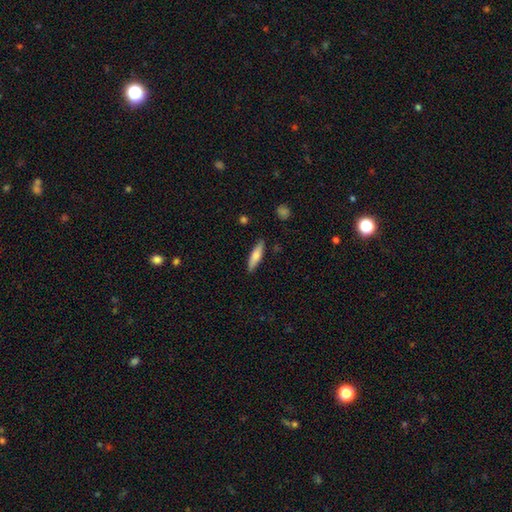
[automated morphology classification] smooth 69%, featured or disk 25%, star or artifact 6%. Down the decision tree: how rounded — cigar-shaped (72%); merging — none (87%).